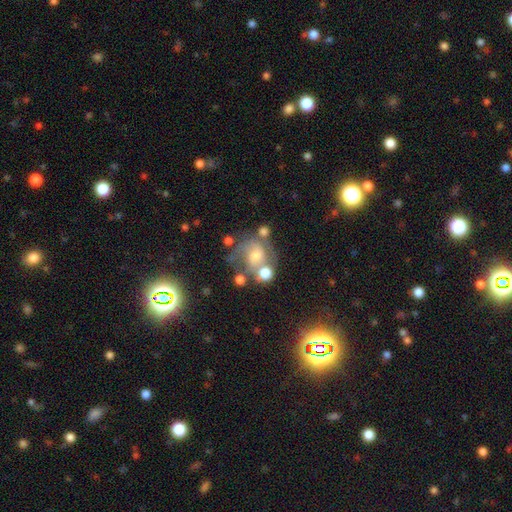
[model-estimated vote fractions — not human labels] A featured or disk galaxy (57%) with no bar (58%), spiral arms (80%) and a moderate central bulge (52%). Merging: none (45%).